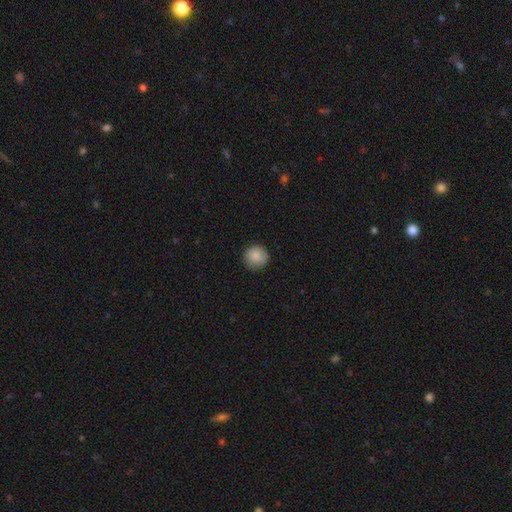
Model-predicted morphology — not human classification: smooth 87%, star or artifact 8%, featured or disk 5%. Down the decision tree: how rounded — round (95%); merging — none (87%).